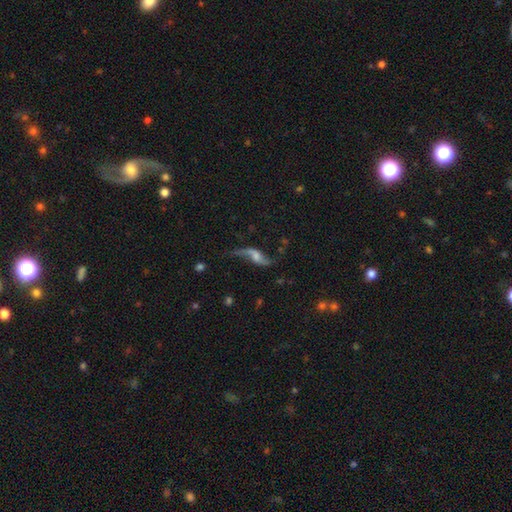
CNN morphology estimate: The model was most divided on "bulge size": small: 35%, moderate: 29%, none: 25%, large: 8%, dominant: 2%. Remaining: spiral winding — loose (94%); spiral arms — yes (92%); edge-on disk — no (90%); spiral arm count — 2 (88%); smooth or featured — featured or disk (78%); merging — none (54%); bar — no (47%).